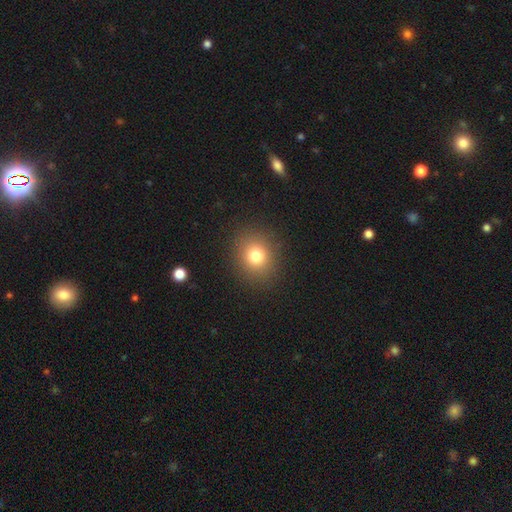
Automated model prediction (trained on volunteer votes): smooth 78%, star or artifact 14%, featured or disk 9%. Down the decision tree: how rounded — round (75%); merging — none (89%).